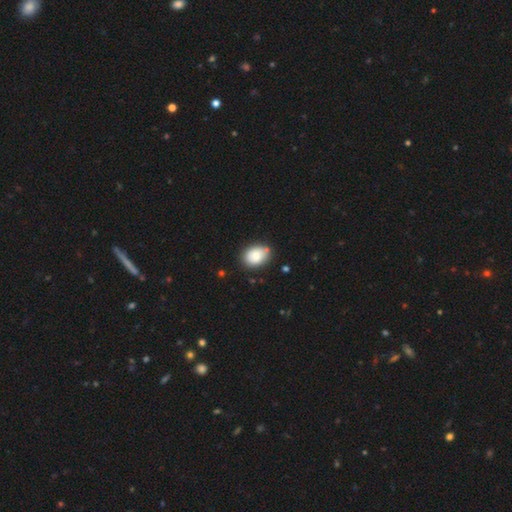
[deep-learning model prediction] A smooth galaxy with no disk features (79%) that is in between round and cigar-shaped (67%). Merging: none (74%).